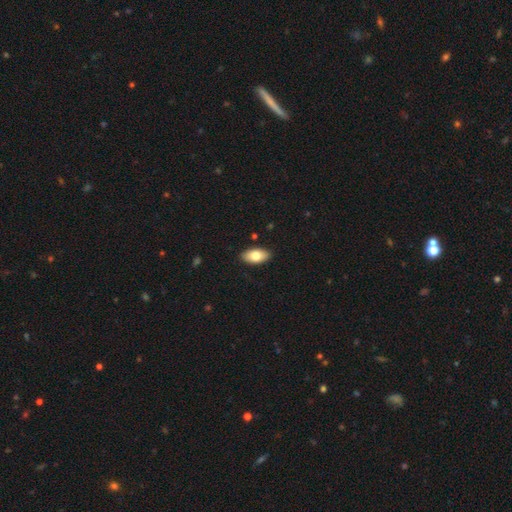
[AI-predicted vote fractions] smooth-or-featured: smooth: 78% | featured or disk: 16% | star or artifact: 6%
  how-rounded: in between: 93% | cigar-shaped: 4% | round: 3%
  merging: none: 89% | minor disturbance: 8% | major disturbance: 2% | merger: 1%